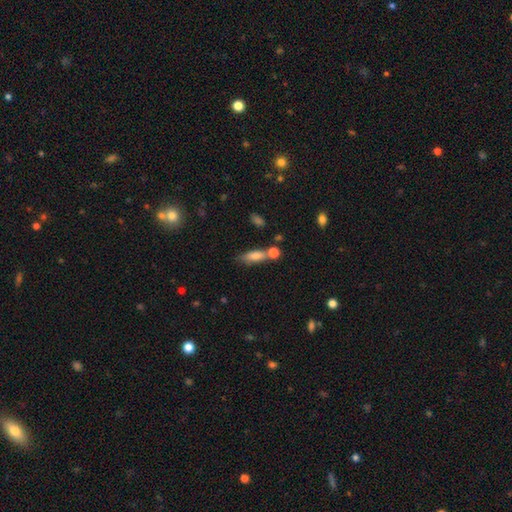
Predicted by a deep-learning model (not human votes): Smooth or featured? smooth (78%)
How rounded? in between (56%)
Merging? none (53%)